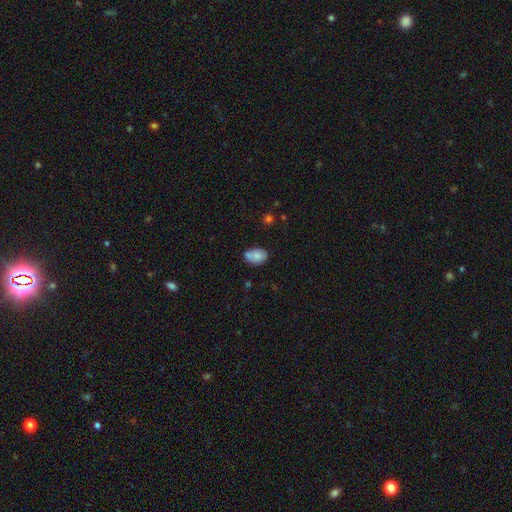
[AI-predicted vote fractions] A smooth galaxy with no disk features (76%) that is in between round and cigar-shaped (79%).

Vote fractions:
- Smooth or featured? smooth: 76% / featured or disk: 16% / star or artifact: 8%
- How rounded? in between: 79% / round: 19% / cigar-shaped: 1%
- Merging? none: 50% / minor disturbance: 24% / merger: 21% / major disturbance: 5%